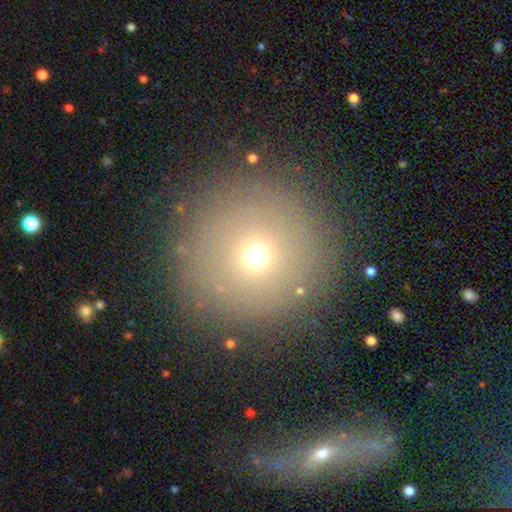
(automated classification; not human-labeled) A smooth galaxy with no disk features (63%) that is round (91%). Merging: none (85%).